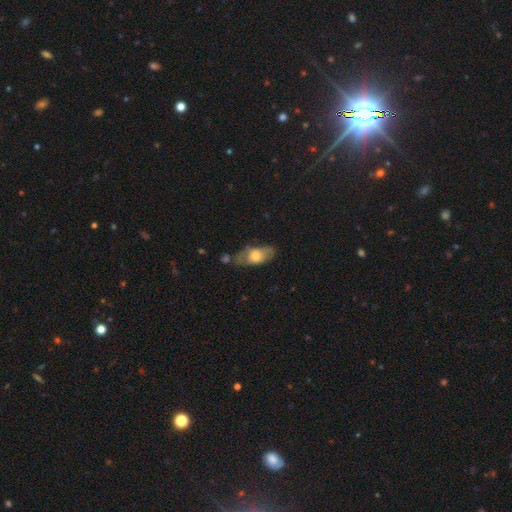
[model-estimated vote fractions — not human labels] This appears to be a smooth galaxy with no disk features (56%) that is in between round and cigar-shaped (84%). Merging: none (53%).